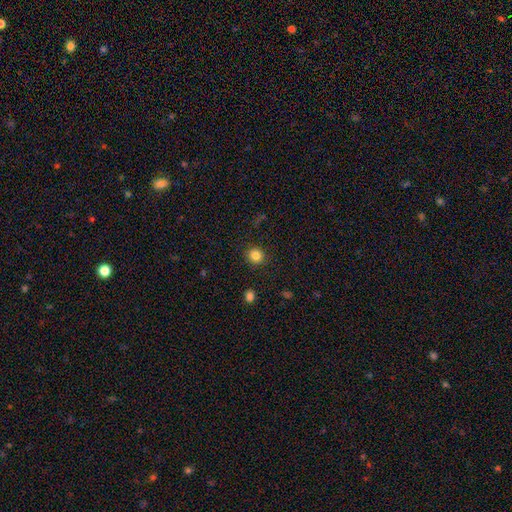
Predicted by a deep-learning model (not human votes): smooth-or-featured: smooth: 83% | star or artifact: 12% | featured or disk: 5%
  how-rounded: round: 91% | in between: 8% | cigar-shaped: 1%
  merging: none: 89% | minor disturbance: 7% | major disturbance: 2% | merger: 1%